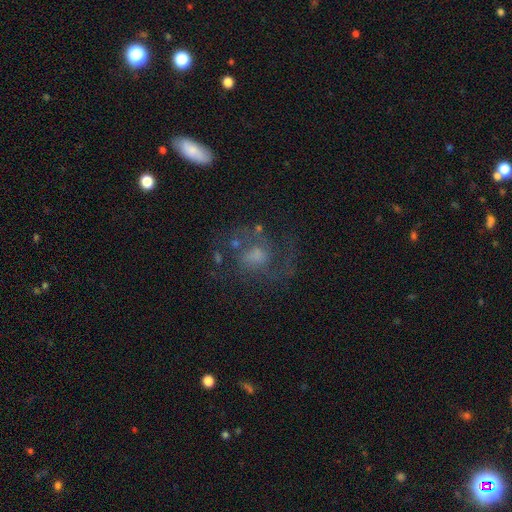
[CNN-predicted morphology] smooth_or_featured: featured or disk (p=0.68) [alt: smooth p=0.20]
disk_edge_on: no (p=0.98) [alt: yes p=0.02]
bar: no (p=0.61) [alt: weak p=0.33]
has_spiral_arms: yes (p=0.82) [alt: no p=0.18]
spiral_winding: medium (p=0.51) [alt: loose p=0.31]
spiral_arm_count: 2 (p=0.66) [alt: can't tell p=0.14]
bulge_size: moderate (p=0.35) [alt: small p=0.30]
merging: none (p=0.54) [alt: major disturbance p=0.23]